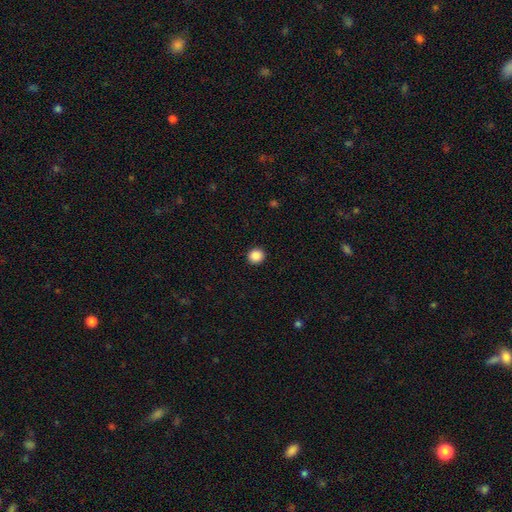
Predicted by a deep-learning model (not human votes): Smooth or featured? smooth (88%)
How rounded? round (92%)
Merging? none (93%)